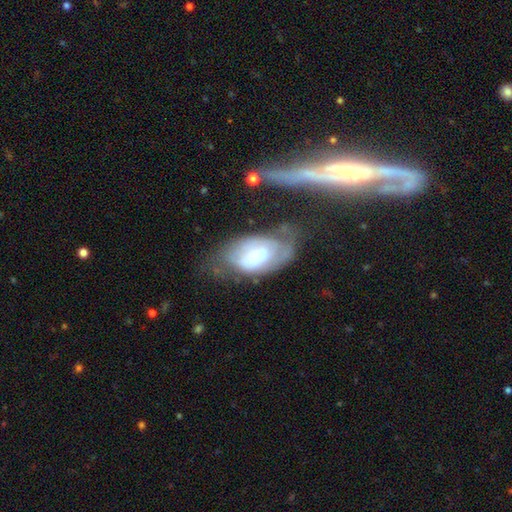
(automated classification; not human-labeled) smooth-or-featured: featured or disk: 61% | smooth: 32% | star or artifact: 7%
  disk-edge-on: no: 93% | yes: 7%
    bar: no: 62% | weak: 31% | strong: 8%
    has-spiral-arms: yes: 69% | no: 31%
    bulge-size: small: 48% | moderate: 38% | large: 8% | none: 3% | dominant: 2%
  merging: none: 39% | minor disturbance: 27% | major disturbance: 24% | merger: 10%